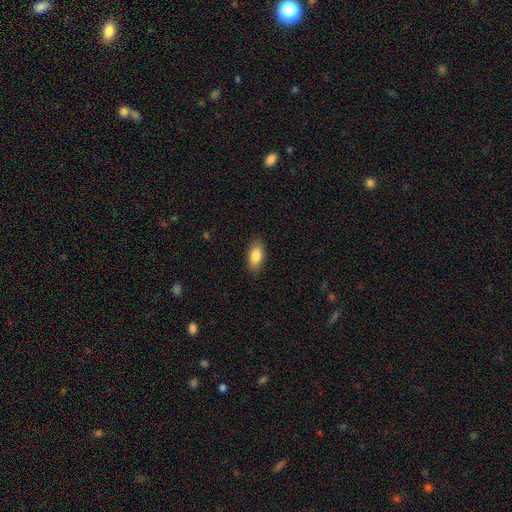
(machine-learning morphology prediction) This appears to be a smooth galaxy with no disk features (84%) that is in between round and cigar-shaped (87%). Merging: none (87%).